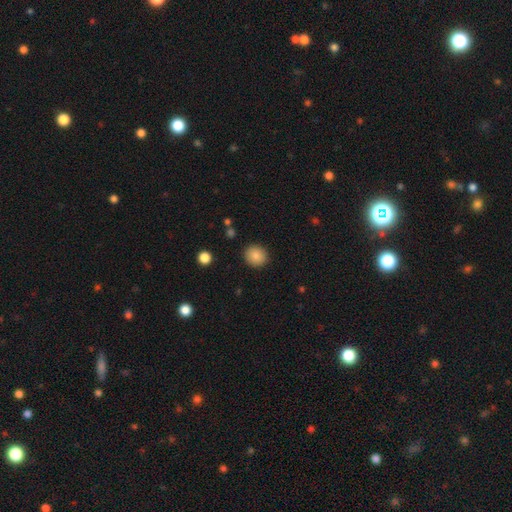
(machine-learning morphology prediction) Overall: smooth (86%). How rounded: round (86%). Merging: none (90%).